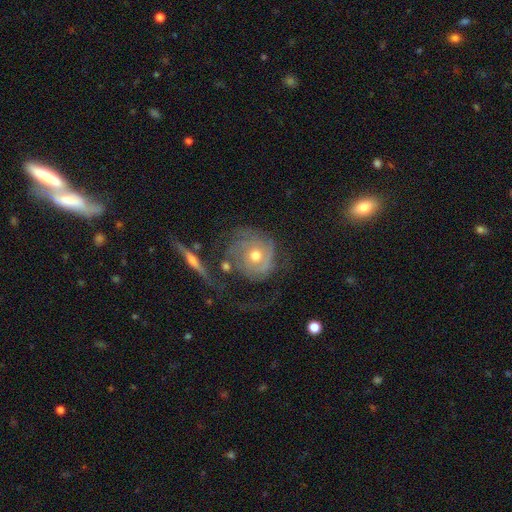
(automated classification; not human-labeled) This is likely a featured or disk galaxy (76%). It is clearly not viewed edge-on (93%). Bar: clearly no (81%). Spiral arm pattern: clearly yes (83%). Spiral arm count: marginally can't tell (37%). Spiral winding: likely tight (61%). Central bulge: likely moderate (74%). Merging: possibly none (45%).